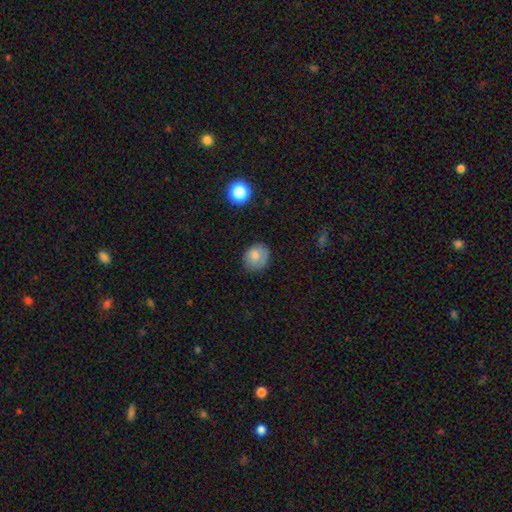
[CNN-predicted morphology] Smooth or featured? Predicted: smooth (p=0.79). How rounded? Predicted: round (p=0.63). Merging? Predicted: none (p=0.73).